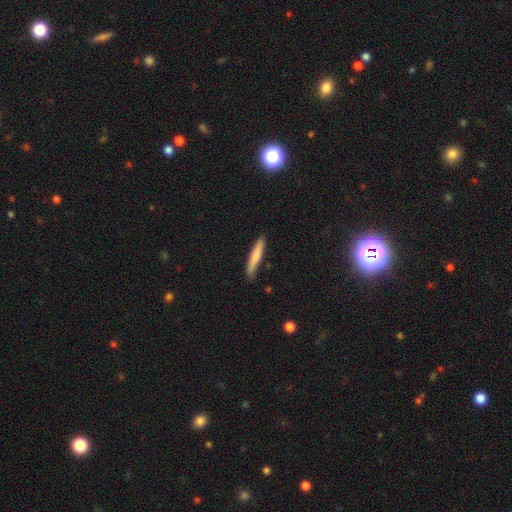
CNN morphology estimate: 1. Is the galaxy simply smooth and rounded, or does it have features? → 73% smooth, 21% featured or disk, 5% star or artifact.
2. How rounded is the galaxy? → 93% cigar-shaped, 6% in between, 1% round.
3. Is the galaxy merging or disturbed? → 83% none, 13% minor disturbance, 2% major disturbance, 2% merger.